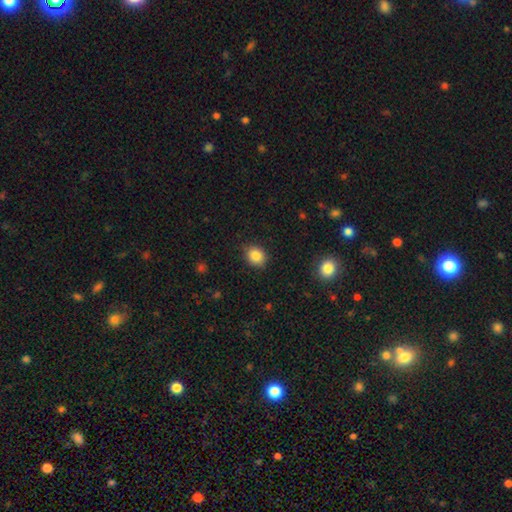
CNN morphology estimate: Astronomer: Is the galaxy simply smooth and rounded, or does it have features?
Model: smooth — 85%.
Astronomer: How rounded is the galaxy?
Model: round — 62% (runner-up: in between, 37%).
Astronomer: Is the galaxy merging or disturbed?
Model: none — 83%.